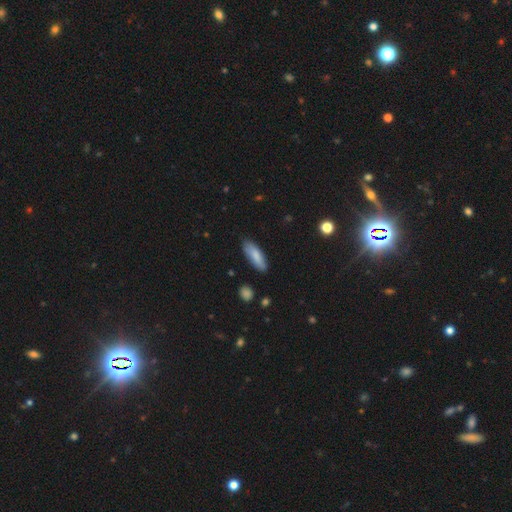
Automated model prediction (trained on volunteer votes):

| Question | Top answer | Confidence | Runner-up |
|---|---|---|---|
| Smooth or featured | smooth | 82% | featured or disk (12%) |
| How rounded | in between | 58% | cigar-shaped (40%) |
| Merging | none | 81% | minor disturbance (15%) |